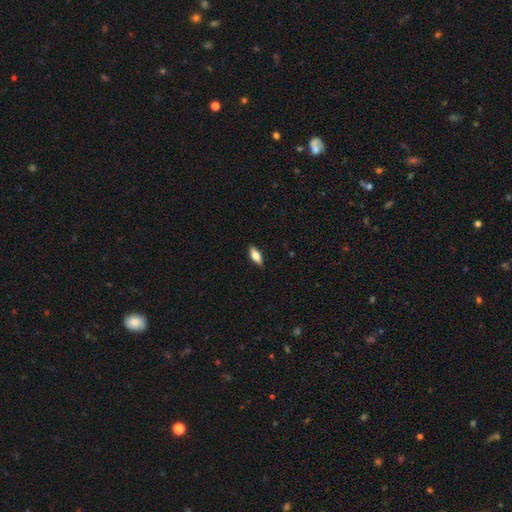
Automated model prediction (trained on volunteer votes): Smooth or featured? Predicted: smooth (p=0.68). How rounded? Predicted: in between (p=0.72). Merging? Predicted: none (p=0.87).